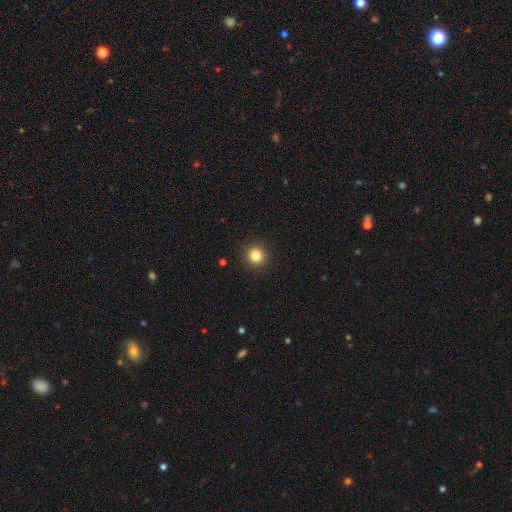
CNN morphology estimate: Smooth or featured: smooth — 83% (star or artifact — 12%)
How rounded: round — 94% (in between — 5%)
Merging: none — 92% (minor disturbance — 5%)